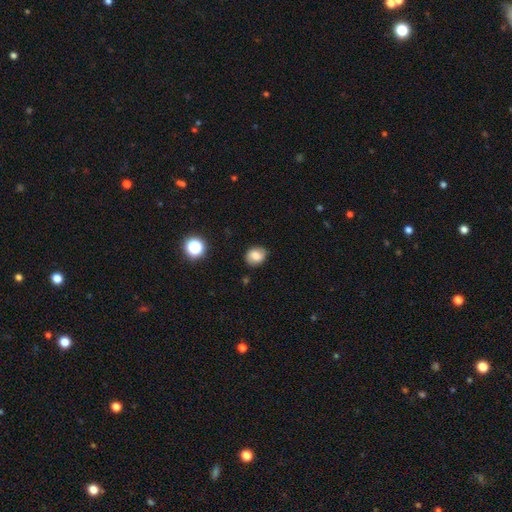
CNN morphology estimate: Smooth or featured: smooth — 72% (featured or disk — 17%)
How rounded: round — 60% (in between — 39%)
Merging: none — 79% (minor disturbance — 16%)